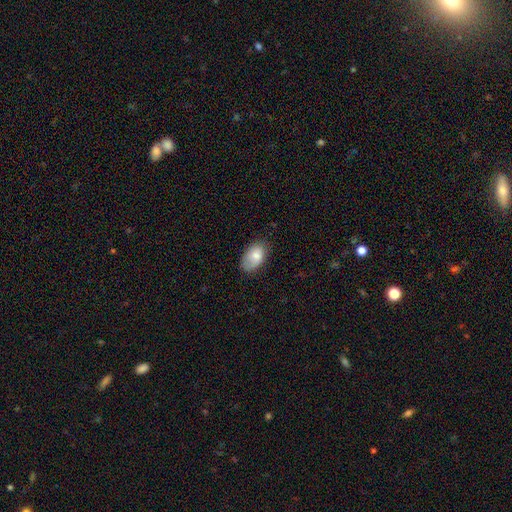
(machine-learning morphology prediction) Smooth or featured? Predicted: smooth (p=0.80). How rounded? Predicted: in between (p=0.92). Merging? Predicted: none (p=0.67).